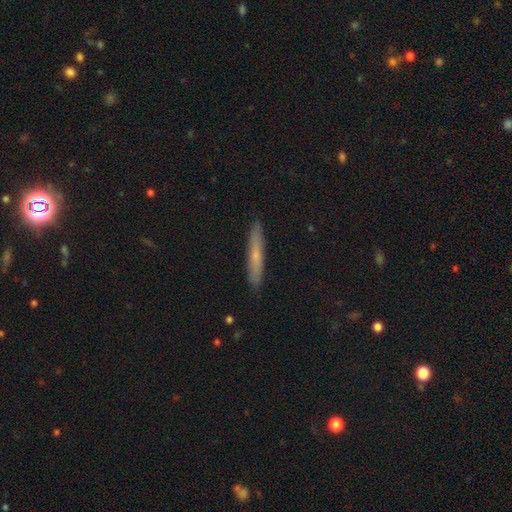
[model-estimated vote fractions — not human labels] A smooth galaxy with no disk features (57%) that is cigar-shaped (94%).

Vote fractions:
- Smooth or featured? smooth: 57% / featured or disk: 37% / star or artifact: 7%
- How rounded? cigar-shaped: 94% / in between: 4% / round: 1%
- Merging? none: 90% / minor disturbance: 8% / major disturbance: 1% / merger: 1%